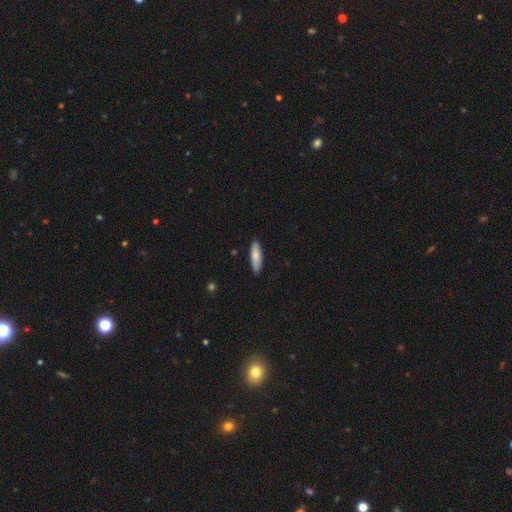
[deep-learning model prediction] smooth 82%, featured or disk 12%, star or artifact 6%. Down the decision tree: how rounded — cigar-shaped (56%); merging — none (88%).